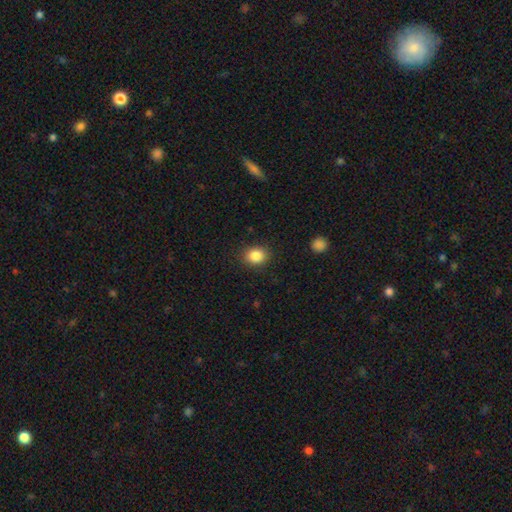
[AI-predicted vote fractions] This appears to be a smooth galaxy with no disk features (86%) that is round (55%). Merging: none (87%).